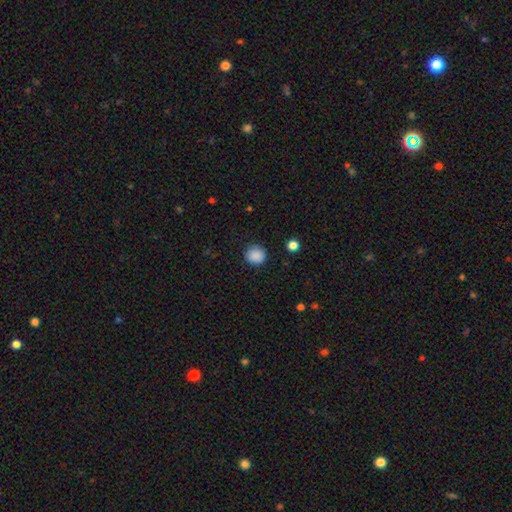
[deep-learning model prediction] smooth-or-featured: smooth: 88% | star or artifact: 9% | featured or disk: 2%
  how-rounded: round: 91% | in between: 8% | cigar-shaped: 1%
  merging: none: 90% | minor disturbance: 6% | major disturbance: 2% | merger: 1%